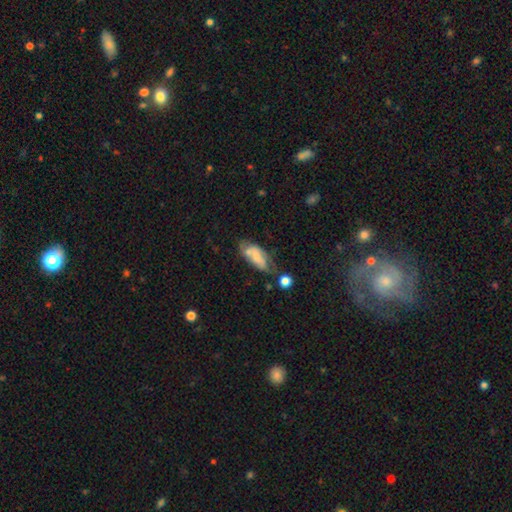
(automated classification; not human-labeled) Smooth or featured? smooth (55%)
How rounded? in between (83%)
Merging? none (33%)